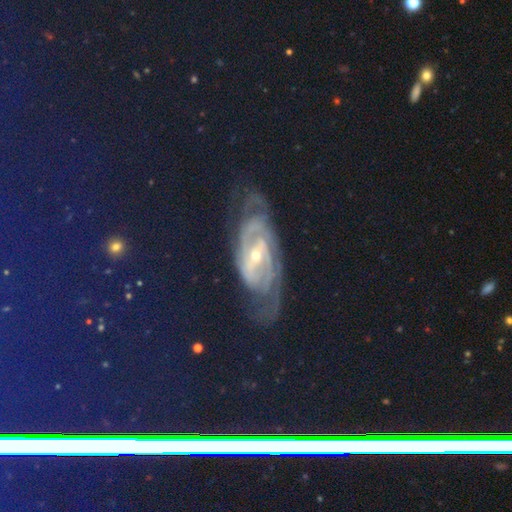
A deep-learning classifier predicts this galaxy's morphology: Smooth or featured?
  - featured or disk: 63% *
  - star or artifact: 24%
  - smooth: 13%
Edge-on disk?
  - no: 88% *
  - yes: 12%
Bar?
  - weak: 39% *
  - no: 37%
  - strong: 25%
Spiral arms?
  - yes: 87% *
  - no: 13%
Bulge size?
  - small: 63% *
  - moderate: 33%
  - large: 2%
  - none: 1%
  - dominant: 1%
Merging?
  - none: 67% *
  - minor disturbance: 18%
  - major disturbance: 12%
  - merger: 3%